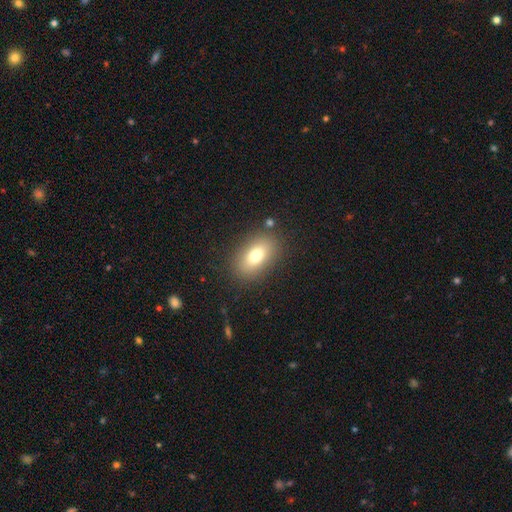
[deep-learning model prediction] Smooth or featured: smooth — 76% (featured or disk — 14%)
How rounded: in between — 86% (round — 12%)
Merging: none — 84% (minor disturbance — 10%)